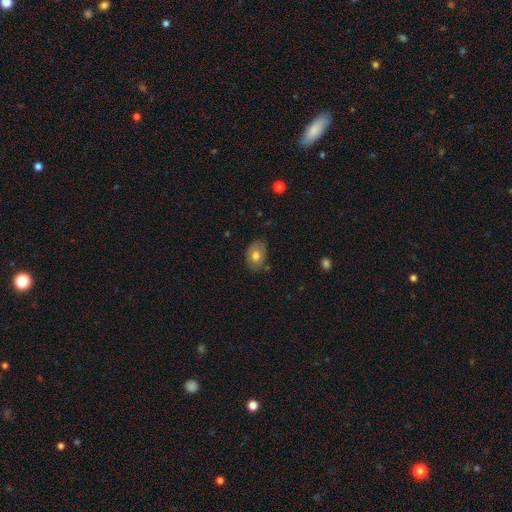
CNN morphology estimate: Q: Smooth or featured?
A: smooth (73%); runner-up: featured or disk (19%)
Q: How rounded?
A: in between (76%); runner-up: round (23%)
Q: Merging?
A: none (75%); runner-up: minor disturbance (19%)